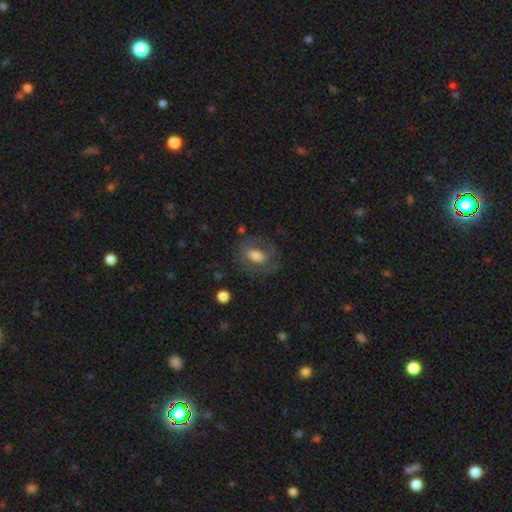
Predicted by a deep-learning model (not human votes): Q: Smooth or featured?
A: smooth (47%); runner-up: featured or disk (44%)
Q: Merging?
A: none (64%); runner-up: minor disturbance (19%)